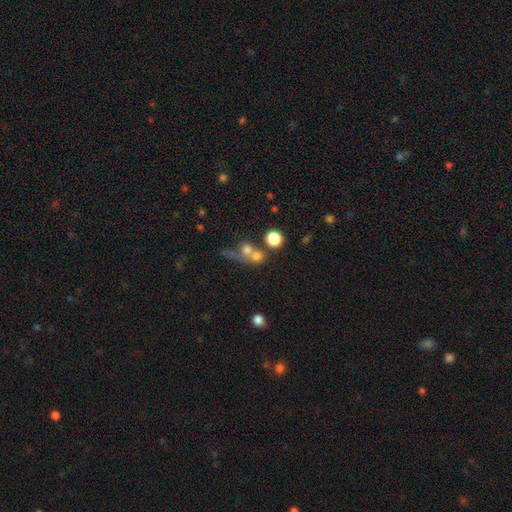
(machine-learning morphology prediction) type=smooth (67%); roundness=round (80%); merging=merger (51%).